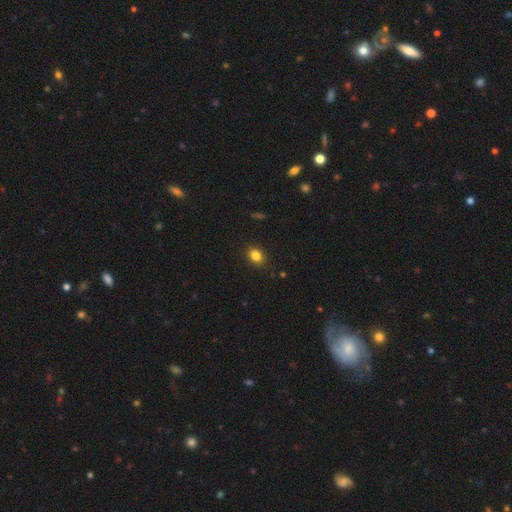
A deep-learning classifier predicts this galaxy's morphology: Smooth or featured? Predicted: smooth (p=0.85). How rounded? Predicted: in between (p=0.68). Merging? Predicted: none (p=0.89).